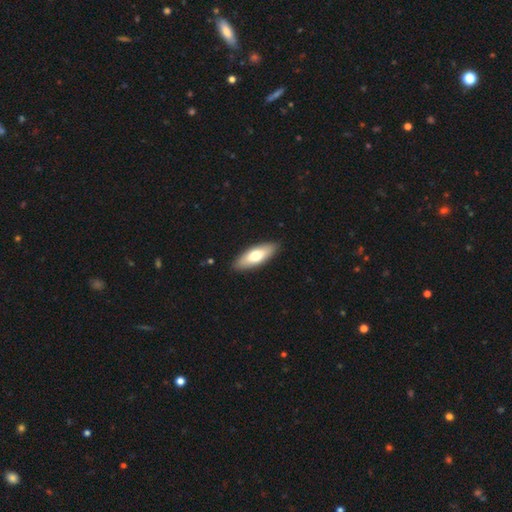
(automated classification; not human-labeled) Q: Smooth or featured?
A: smooth (67%); runner-up: featured or disk (28%)
Q: How rounded?
A: in between (66%); runner-up: cigar-shaped (32%)
Q: Merging?
A: none (90%); runner-up: minor disturbance (8%)